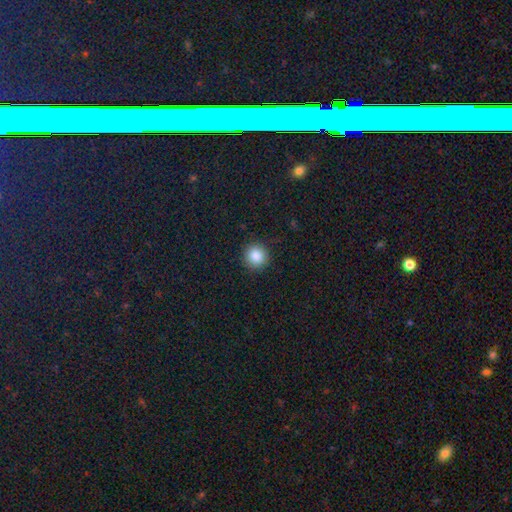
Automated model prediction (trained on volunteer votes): smooth 87%, star or artifact 10%, featured or disk 4%. Down the decision tree: how rounded — round (93%); merging — none (91%).